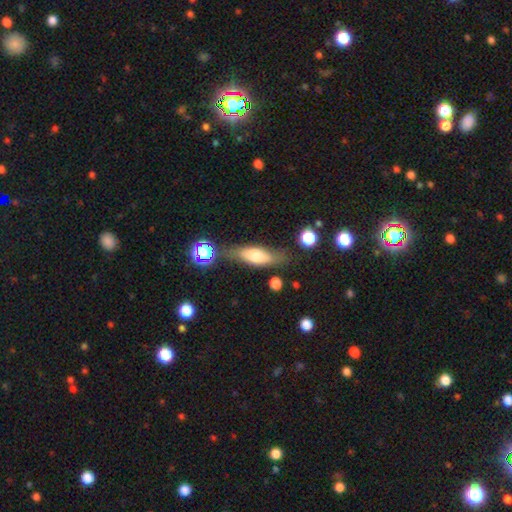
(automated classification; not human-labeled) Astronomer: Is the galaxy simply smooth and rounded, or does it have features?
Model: smooth — 59%.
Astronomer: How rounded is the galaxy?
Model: in between — 59% (runner-up: cigar-shaped, 37%).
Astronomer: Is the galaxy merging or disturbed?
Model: none — 63%.